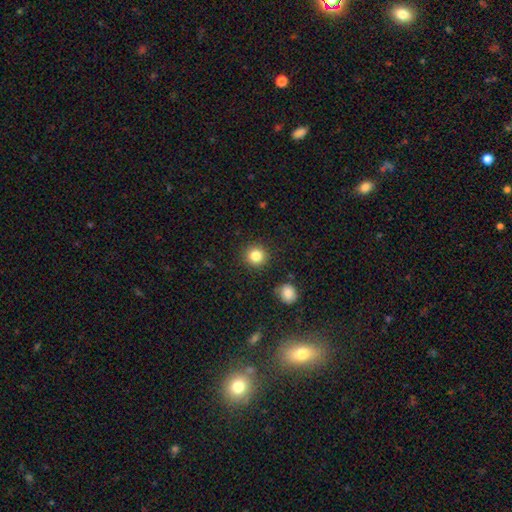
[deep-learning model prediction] This appears to be a smooth galaxy with no disk features (84%) that is round (93%). Merging: none (90%).